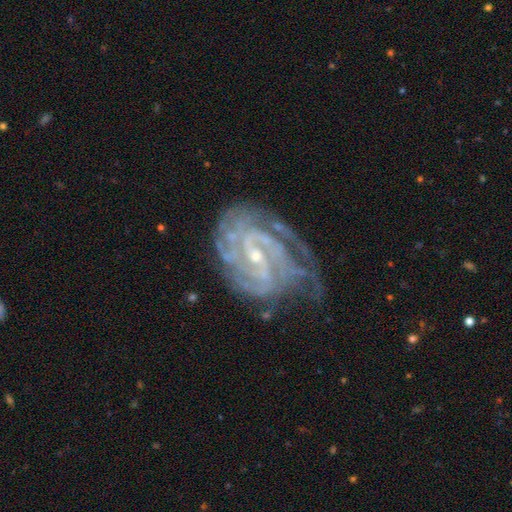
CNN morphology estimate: This appears to be a featured or disk galaxy (90%) with a weak bar (52%), tight (64%) spiral arms (97%) and a small central bulge (68%). Merging: none (52%).